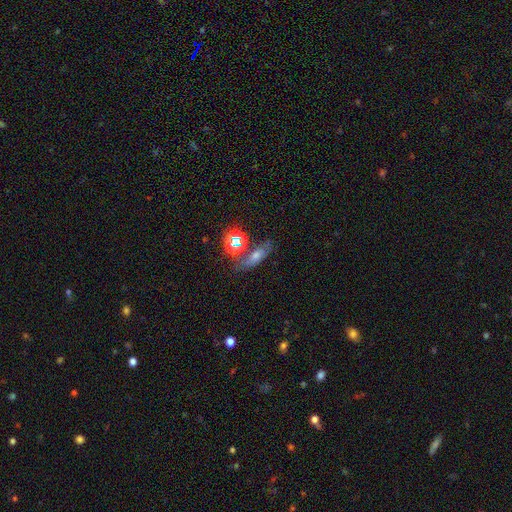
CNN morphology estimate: A smooth galaxy with no disk features (36%).

Vote fractions:
- Smooth or featured? smooth: 36% / star or artifact: 33% / featured or disk: 31%
- Merging? none: 64% / minor disturbance: 16% / merger: 12% / major disturbance: 8%